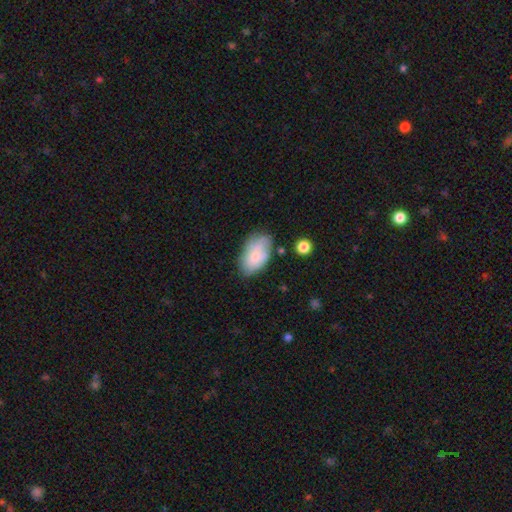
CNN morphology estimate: smooth-or-featured: smooth: 67% | featured or disk: 26% | star or artifact: 7%
  how-rounded: in between: 92% | round: 6% | cigar-shaped: 1%
  merging: none: 54% | minor disturbance: 29% | major disturbance: 10% | merger: 6%